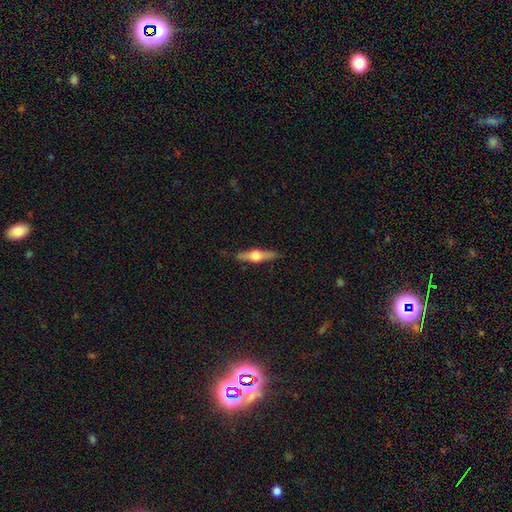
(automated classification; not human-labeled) This is likely a featured or disk galaxy (67%). It is clearly viewed edge-on (97%). Edge-on bulge: clearly rounded (94%). Merging: clearly none (88%).